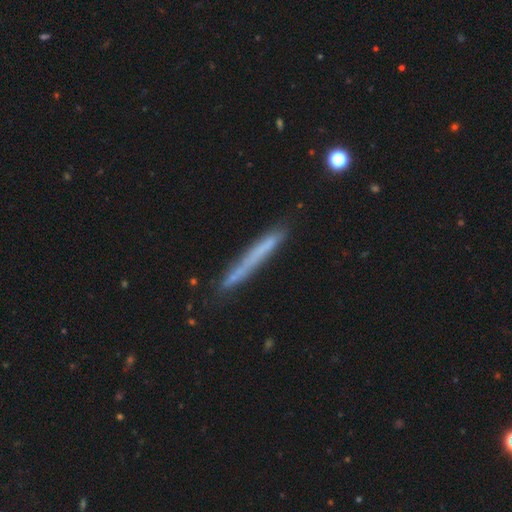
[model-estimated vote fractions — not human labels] smooth-or-featured: smooth: 55% | featured or disk: 37% | star or artifact: 8%
  how-rounded: cigar-shaped: 97% | in between: 2% | round: 1%
  merging: none: 81% | minor disturbance: 14% | major disturbance: 3% | merger: 2%